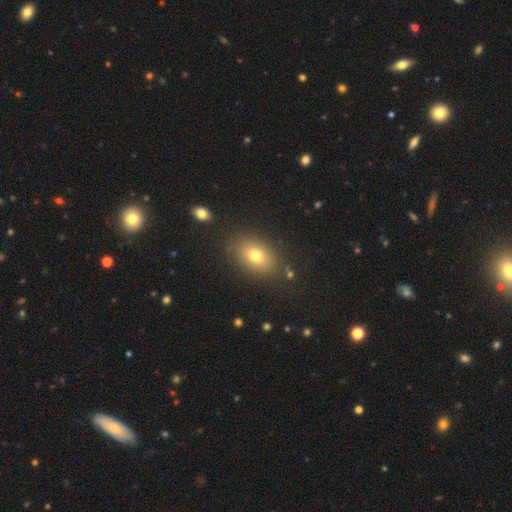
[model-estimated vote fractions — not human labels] Smooth or featured?
  - smooth: 73% *
  - star or artifact: 14%
  - featured or disk: 13%
How rounded?
  - in between: 74% *
  - round: 24%
  - cigar-shaped: 1%
Merging?
  - none: 85% *
  - minor disturbance: 10%
  - major disturbance: 3%
  - merger: 3%